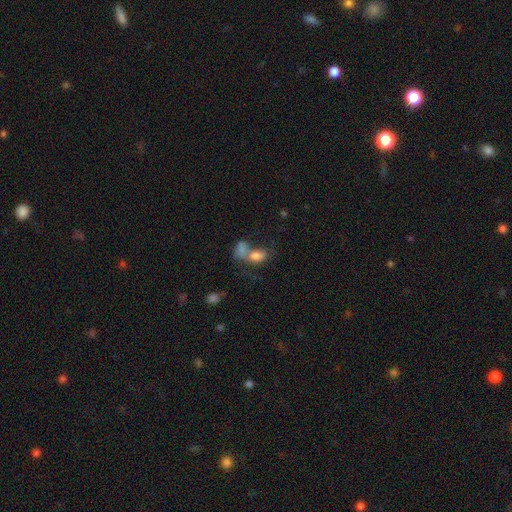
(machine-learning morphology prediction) smooth-or-featured: smooth: 78% | featured or disk: 12% | star or artifact: 10%
  how-rounded: in between: 86% | round: 12% | cigar-shaped: 2%
  merging: merger: 59% | none: 24% | minor disturbance: 9% | major disturbance: 8%